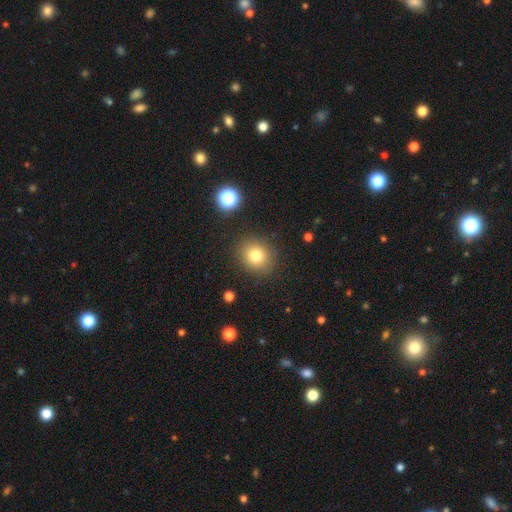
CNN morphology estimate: Overall: smooth (78%). How rounded: round (76%). Merging: none (86%).